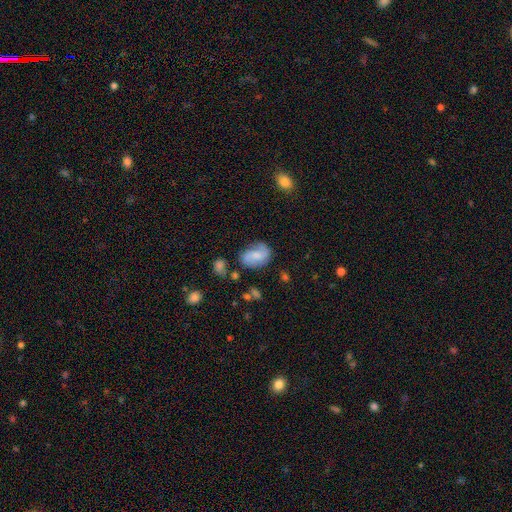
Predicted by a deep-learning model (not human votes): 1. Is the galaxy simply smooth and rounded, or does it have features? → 47% featured or disk, 44% smooth, 9% star or artifact.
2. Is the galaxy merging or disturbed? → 60% none, 24% minor disturbance, 10% major disturbance, 5% merger.